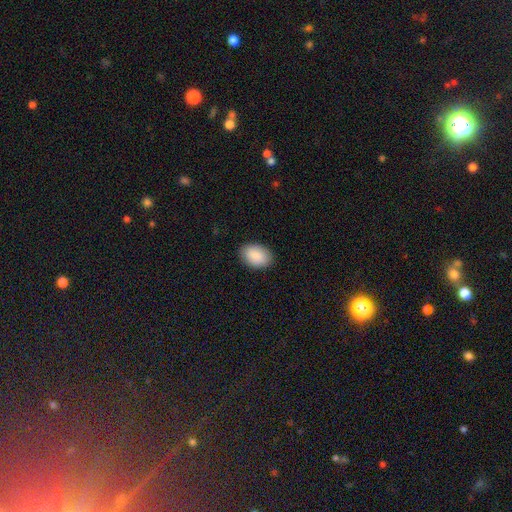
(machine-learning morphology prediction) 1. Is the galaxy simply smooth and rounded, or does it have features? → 90% smooth, 6% star or artifact, 4% featured or disk.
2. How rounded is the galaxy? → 85% in between, 14% round, 1% cigar-shaped.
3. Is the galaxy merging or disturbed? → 88% none, 9% minor disturbance, 2% major disturbance, 1% merger.